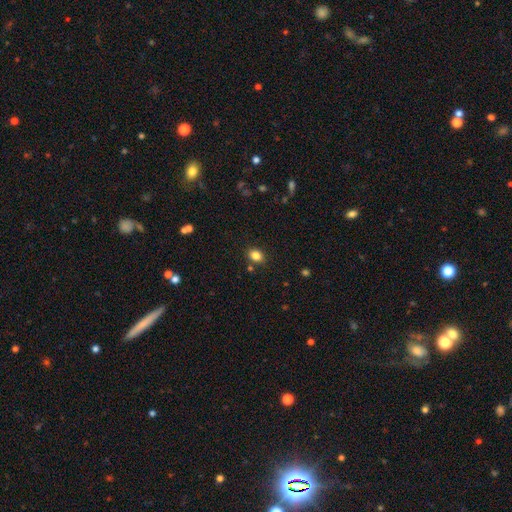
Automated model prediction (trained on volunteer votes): The model was most divided on "how rounded": in between: 56%, round: 43%, cigar-shaped: 1%. More confident: merging — none (85%); smooth or featured — smooth (83%).